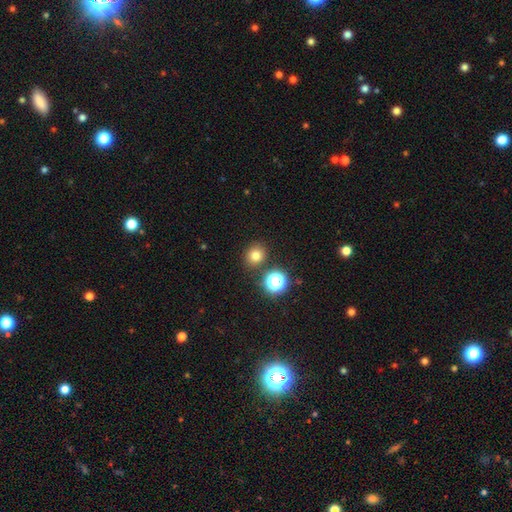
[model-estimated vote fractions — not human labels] smooth-or-featured: smooth: 77% | star or artifact: 17% | featured or disk: 6%
  how-rounded: round: 78% | in between: 21% | cigar-shaped: 1%
  merging: none: 83% | minor disturbance: 8% | merger: 6% | major disturbance: 3%